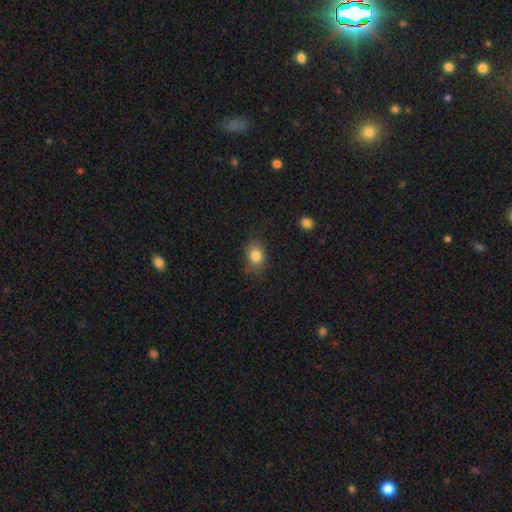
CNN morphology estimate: This is clearly a smooth galaxy (83%). How rounded: possibly in between (55%). Merging: likely none (77%).